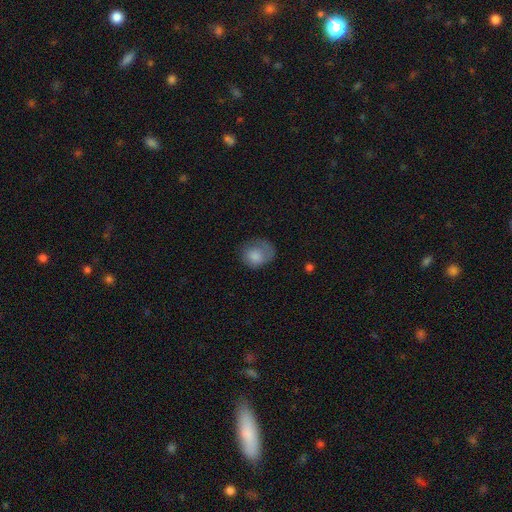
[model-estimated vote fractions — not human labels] smooth_or_featured: smooth (p=0.78) [alt: featured or disk p=0.14]
how_rounded: round (p=0.55) [alt: in between p=0.44]
merging: none (p=0.46) [alt: minor disturbance p=0.29]